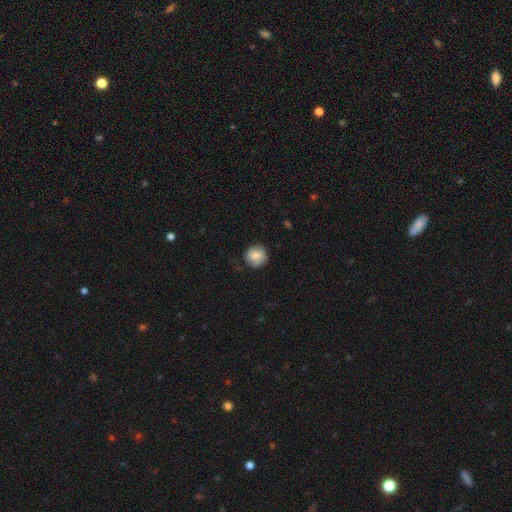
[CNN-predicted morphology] This is likely a smooth galaxy (78%). How rounded: clearly round (88%). Merging: likely none (74%).